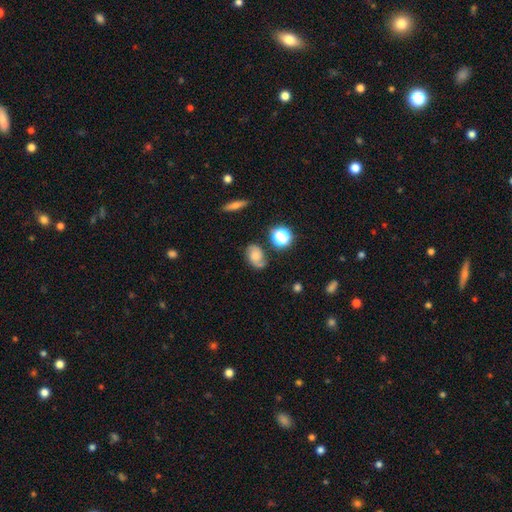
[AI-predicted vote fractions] A smooth galaxy with no disk features (57%) that is in between round and cigar-shaped (68%). Merging: none (58%).